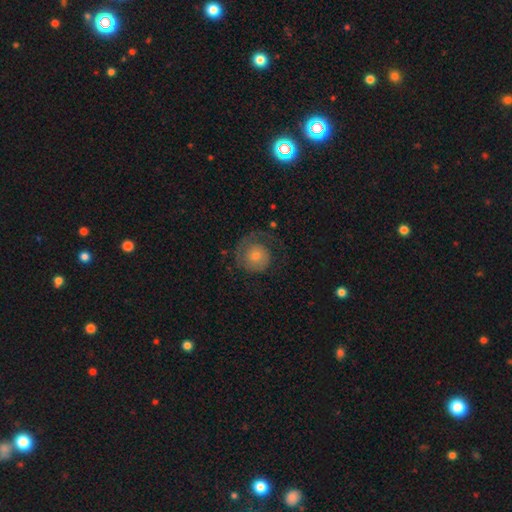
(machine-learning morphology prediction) Smooth or featured? featured or disk (62%)
Edge-on disk? no (98%)
Bar? no (82%)
Spiral arms? yes (86%)
Spiral winding? tight (55%)
Spiral arm count? 1 (58%)
Bulge size? small (53%)
Merging? none (61%)